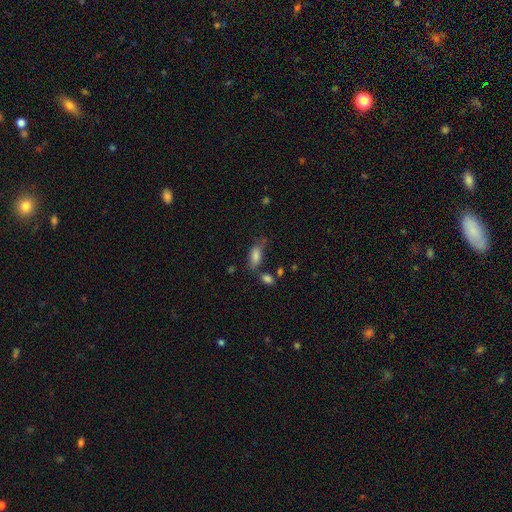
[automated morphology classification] A smooth galaxy with no disk features (80%) that is in between round and cigar-shaped (81%). Merging: none (59%).